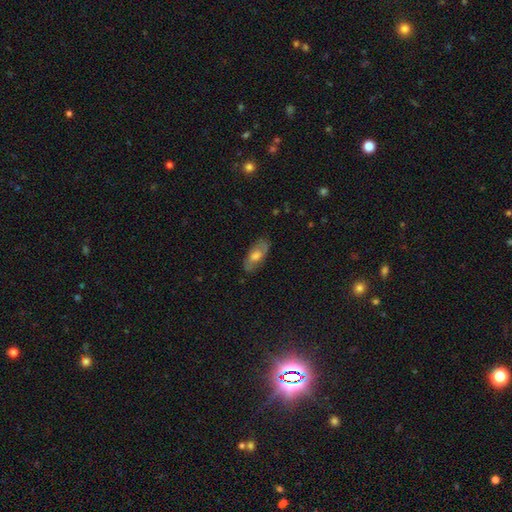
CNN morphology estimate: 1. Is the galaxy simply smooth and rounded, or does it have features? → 47% smooth, 45% featured or disk, 8% star or artifact.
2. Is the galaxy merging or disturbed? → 80% none, 15% minor disturbance, 4% major disturbance, 1% merger.